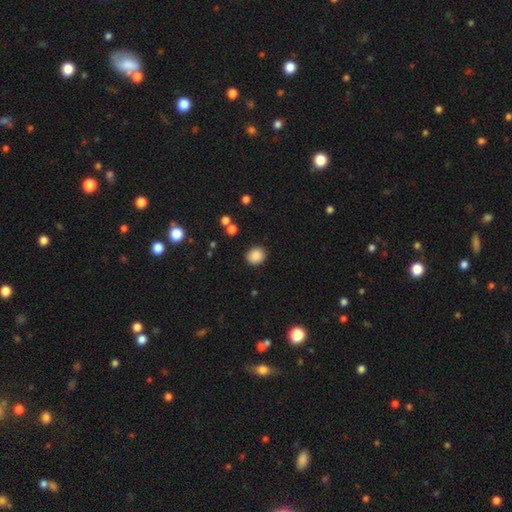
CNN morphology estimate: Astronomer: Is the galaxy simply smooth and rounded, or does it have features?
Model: smooth — 87%.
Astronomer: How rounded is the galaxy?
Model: round — 77%.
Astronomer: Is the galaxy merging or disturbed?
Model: none — 88%.